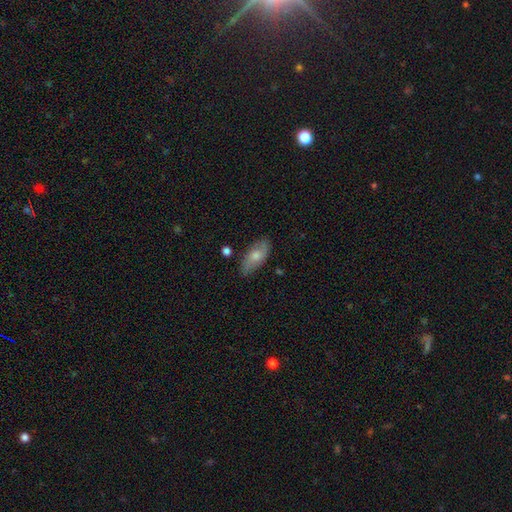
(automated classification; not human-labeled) Morphology: type=smooth (54%); roundness=in between (82%); merging=none (82%).